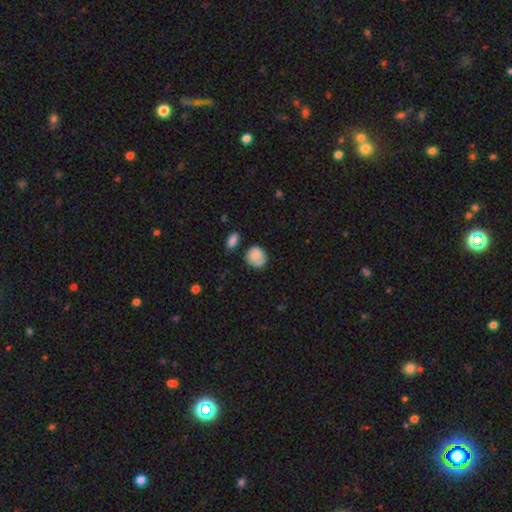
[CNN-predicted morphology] This is likely a smooth galaxy (79%). How rounded: likely round (73%). Merging: possibly none (59%).